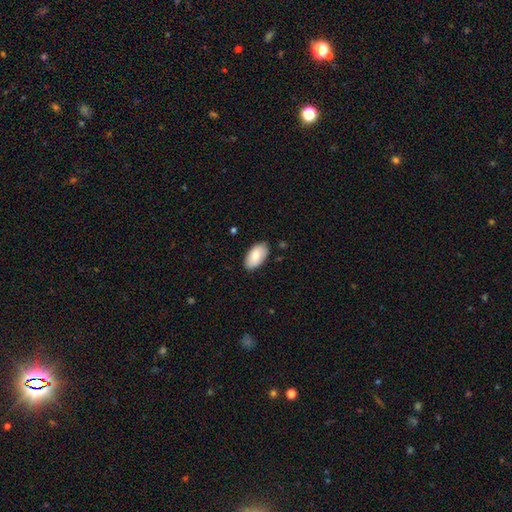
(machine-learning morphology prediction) smooth-or-featured: smooth: 81% | featured or disk: 13% | star or artifact: 6%
  how-rounded: in between: 96% | round: 3% | cigar-shaped: 2%
  merging: none: 83% | minor disturbance: 13% | major disturbance: 2% | merger: 1%